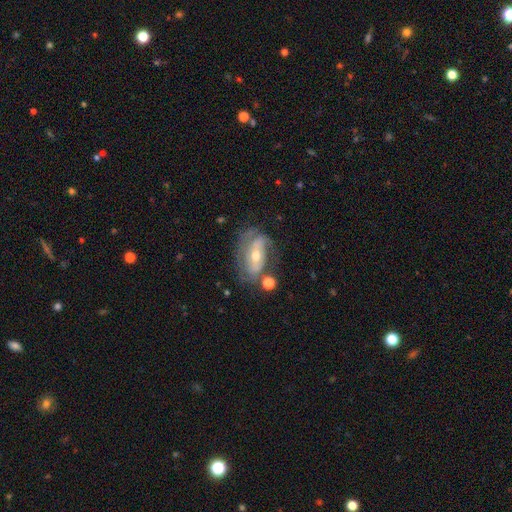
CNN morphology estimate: A featured or disk galaxy (75%) with no bar (42%), 2 (52%) tight (44%) spiral arms (81%) and a moderate central bulge (59%).

Vote fractions:
- Smooth or featured? featured or disk: 75% / smooth: 17% / star or artifact: 7%
- Edge-on disk? no: 93% / yes: 7%
- Bar? no: 42% / weak: 33% / strong: 25%
- Spiral arms? yes: 81% / no: 19%
- Spiral winding? tight: 44% / medium: 37% / loose: 19%
- Spiral arm count? 2: 52% / can't tell: 29% / 1: 8% / 3: 8% / 4: 2% / more than 4: 2%
- Bulge size? moderate: 59% / small: 37% / large: 3% / none: 1% / dominant: 1%
- Merging? none: 56% / minor disturbance: 22% / major disturbance: 15% / merger: 7%